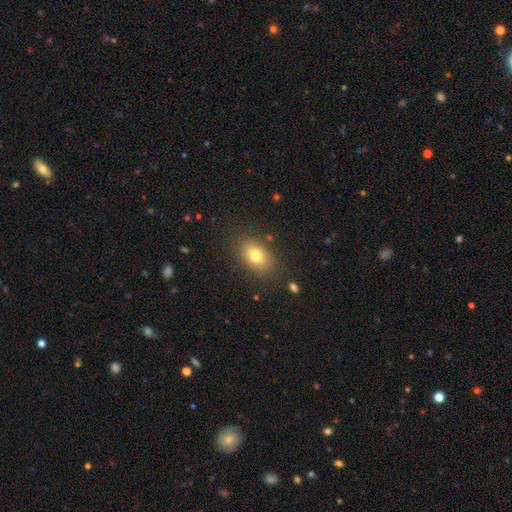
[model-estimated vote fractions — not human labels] A smooth galaxy with no disk features (77%) that is in between round and cigar-shaped (80%).

Vote fractions:
- Smooth or featured? smooth: 77% / featured or disk: 12% / star or artifact: 10%
- How rounded? in between: 80% / round: 19% / cigar-shaped: 2%
- Merging? none: 84% / minor disturbance: 11% / major disturbance: 4% / merger: 2%